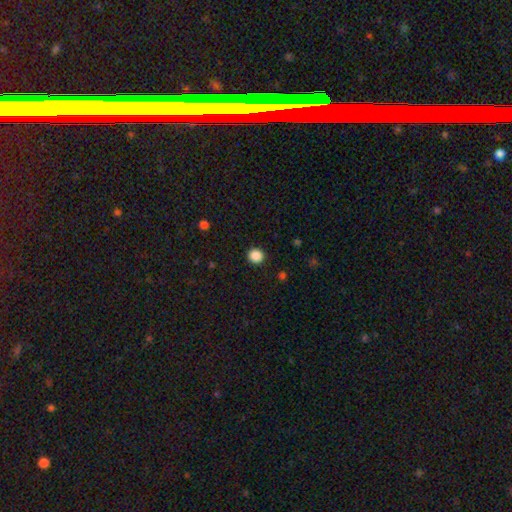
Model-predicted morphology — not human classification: This appears to be a smooth galaxy with no disk features (87%) that is round (91%). Merging: none (92%).